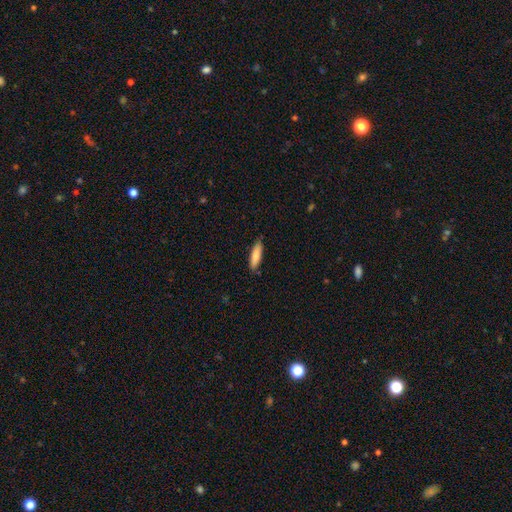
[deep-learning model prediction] smooth-or-featured: smooth: 84% | featured or disk: 10% | star or artifact: 6%
  how-rounded: cigar-shaped: 68% | in between: 31% | round: 1%
  merging: none: 87% | minor disturbance: 10% | major disturbance: 2% | merger: 1%